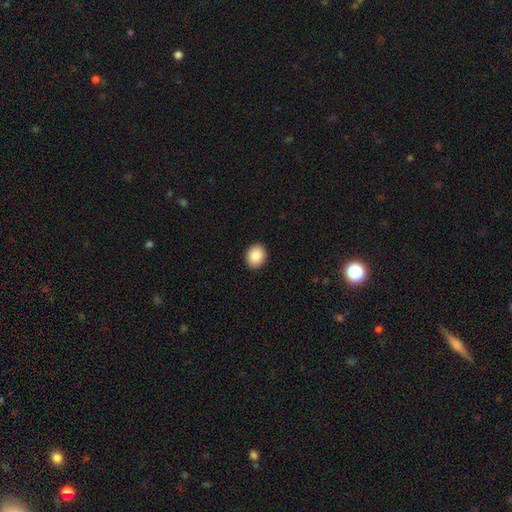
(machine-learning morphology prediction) Smooth or featured: smooth — 89% (star or artifact — 8%)
How rounded: round — 59% (in between — 40%)
Merging: none — 92% (minor disturbance — 6%)